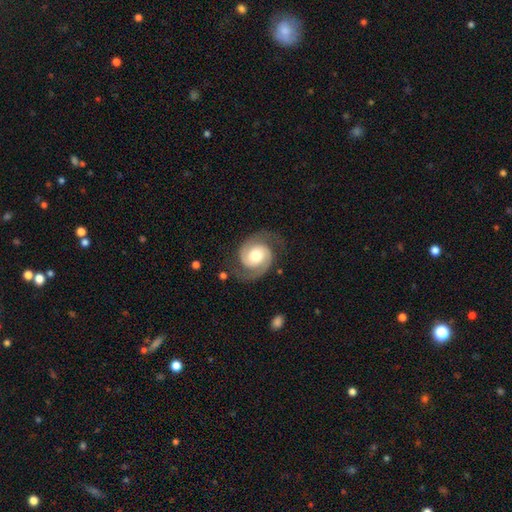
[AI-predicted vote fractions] Q: Smooth or featured?
A: featured or disk (90%); runner-up: smooth (6%)
Q: Edge-on disk?
A: no (98%); runner-up: yes (2%)
Q: Bar?
A: no (66%); runner-up: weak (26%)
Q: Spiral arms?
A: yes (98%); runner-up: no (2%)
Q: Spiral winding?
A: medium (48%); runner-up: tight (41%)
Q: Spiral arm count?
A: 2 (94%); runner-up: can't tell (2%)
Q: Bulge size?
A: moderate (66%); runner-up: large (19%)
Q: Merging?
A: none (80%); runner-up: minor disturbance (13%)